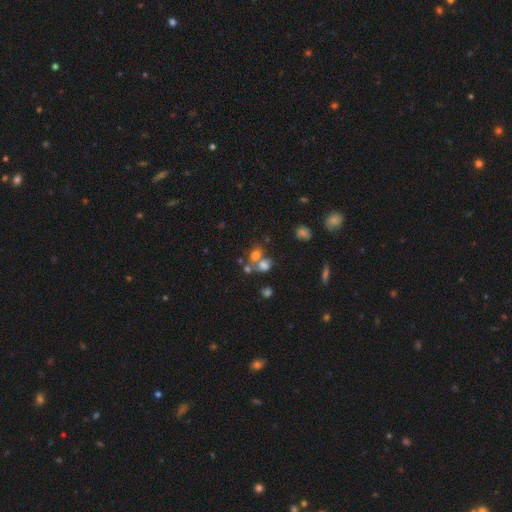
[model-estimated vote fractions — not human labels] This appears to be a smooth galaxy with no disk features (64%) that is round (61%). Merging: merger (48%).